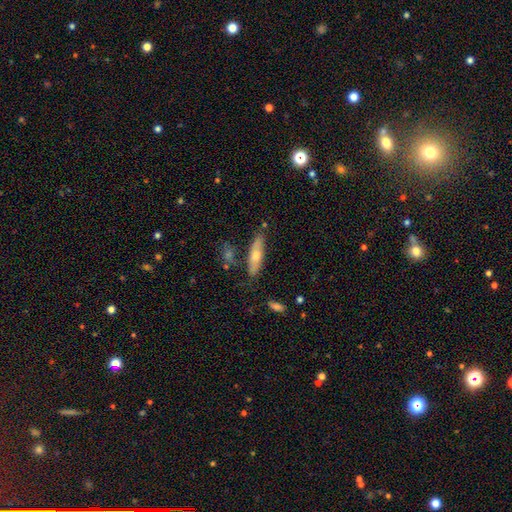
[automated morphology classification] smooth-or-featured: smooth: 55% | featured or disk: 39% | star or artifact: 6%
  how-rounded: cigar-shaped: 64% | in between: 34% | round: 2%
  merging: none: 75% | minor disturbance: 16% | merger: 6% | major disturbance: 4%